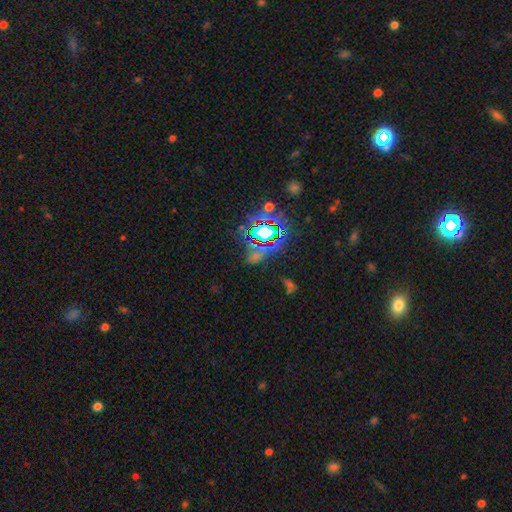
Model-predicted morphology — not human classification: star or artifact 68%, smooth 21%, featured or disk 12%.